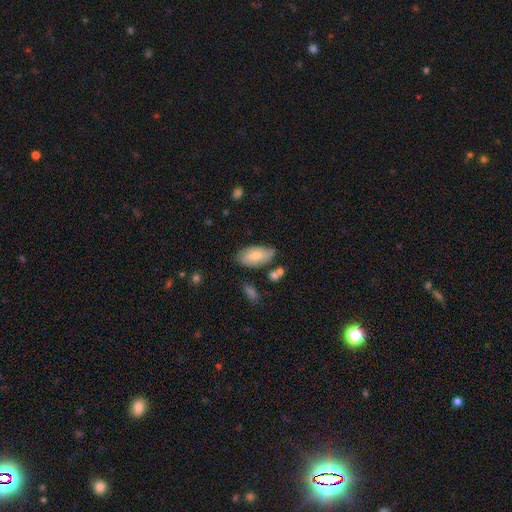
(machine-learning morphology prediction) Smooth or featured: smooth — 71% (featured or disk — 22%)
How rounded: in between — 92% (cigar-shaped — 5%)
Merging: none — 68% (minor disturbance — 22%)